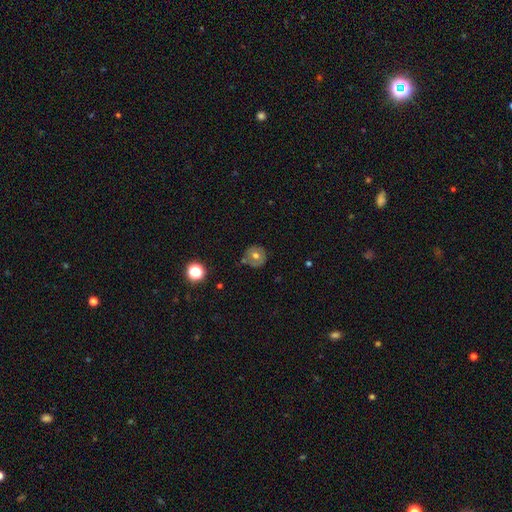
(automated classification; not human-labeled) A smooth galaxy with no disk features (58%) that is round (91%).

Vote fractions:
- Smooth or featured? smooth: 58% / featured or disk: 31% / star or artifact: 11%
- How rounded? round: 91% / in between: 8% / cigar-shaped: 1%
- Merging? none: 72% / minor disturbance: 18% / merger: 6% / major disturbance: 4%